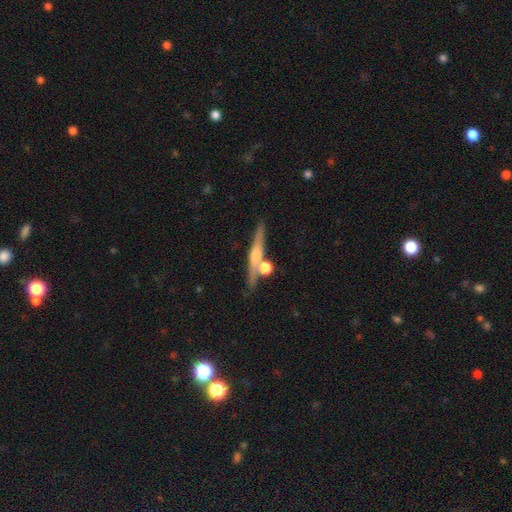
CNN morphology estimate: This appears to be a featured or disk galaxy (63%) viewed edge-on (94%) with a rounded central bulge (80%). Merging: none (73%).